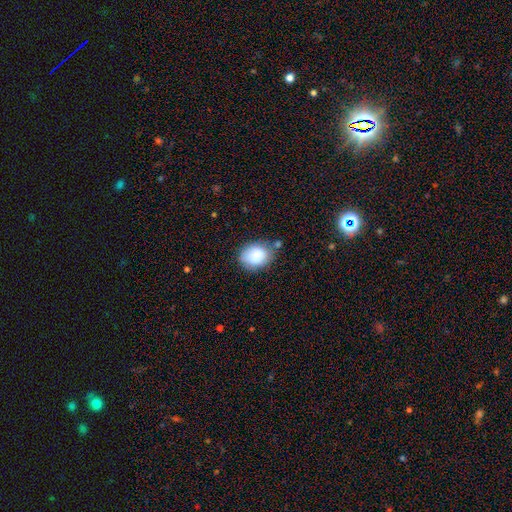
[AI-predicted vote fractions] Smooth or featured?
  - smooth: 85% *
  - featured or disk: 8%
  - star or artifact: 7%
How rounded?
  - in between: 65% *
  - round: 34%
  - cigar-shaped: 1%
Merging?
  - none: 65% *
  - minor disturbance: 22%
  - merger: 7%
  - major disturbance: 6%